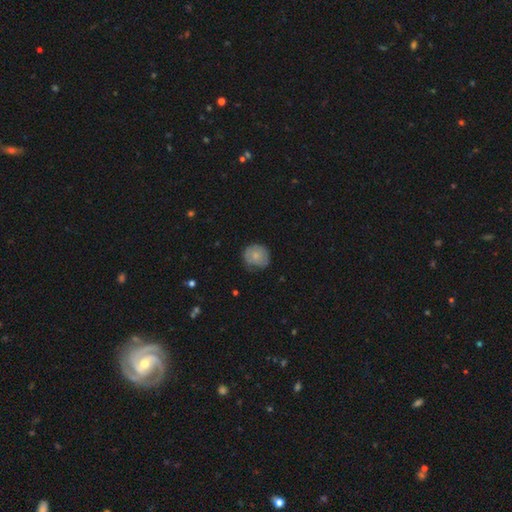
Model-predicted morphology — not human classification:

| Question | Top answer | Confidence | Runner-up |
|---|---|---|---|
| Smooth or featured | smooth | 72% | featured or disk (21%) |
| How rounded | round | 84% | in between (15%) |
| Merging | none | 63% | minor disturbance (29%) |